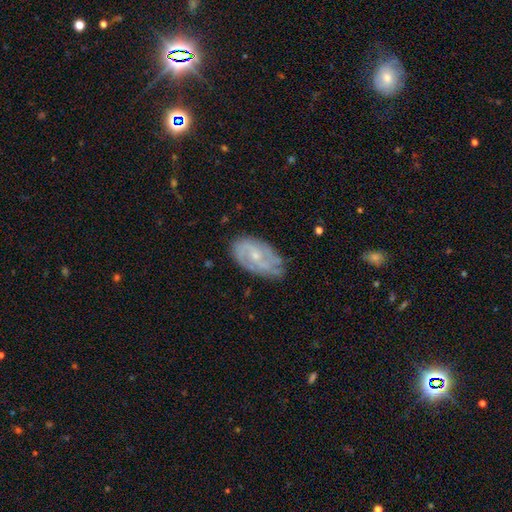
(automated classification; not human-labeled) This is likely a featured or disk galaxy (73%). It is clearly not viewed edge-on (95%). Bar: likely no (62%). Spiral arm pattern: clearly yes (86%). Spiral arm count: marginally 2 (43%). Spiral winding: marginally tight (43%). Central bulge: likely small (66%). Merging: likely none (64%).